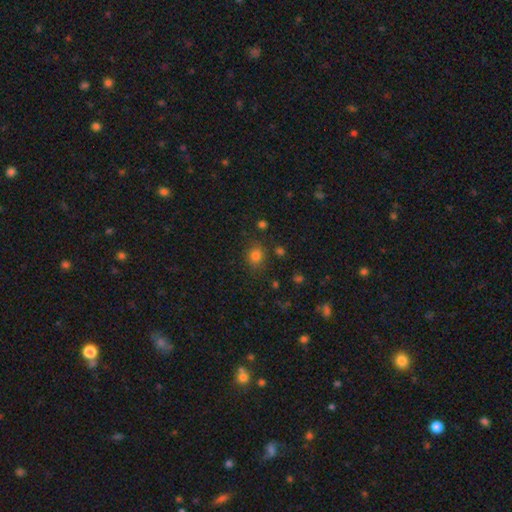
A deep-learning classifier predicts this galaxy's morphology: Smooth or featured? Predicted: smooth (p=0.79). How rounded? Predicted: round (p=0.68). Merging? Predicted: none (p=0.80).